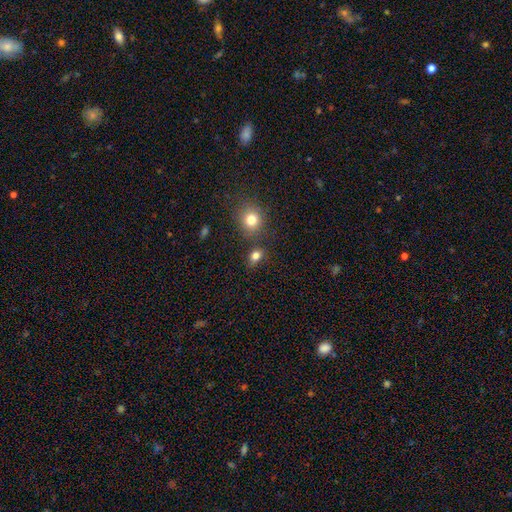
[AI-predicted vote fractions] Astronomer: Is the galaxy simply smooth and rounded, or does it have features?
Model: smooth — 81%.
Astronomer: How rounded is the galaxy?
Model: in between — 55% (runner-up: round, 43%).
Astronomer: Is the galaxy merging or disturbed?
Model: none — 70%.